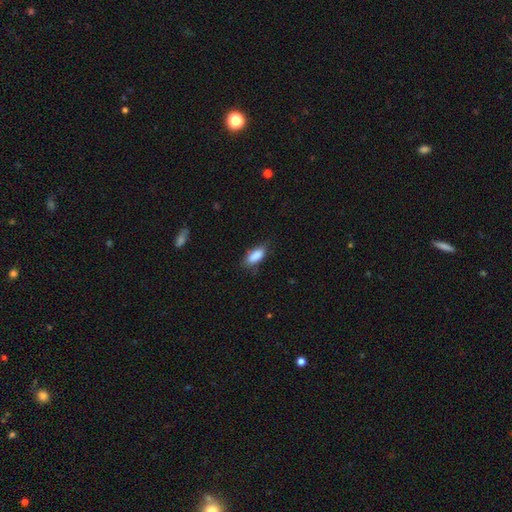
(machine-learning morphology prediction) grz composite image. It shows a smooth galaxy with no disk features (87%) that is in between round and cigar-shaped (83%). Merging: none (70%).